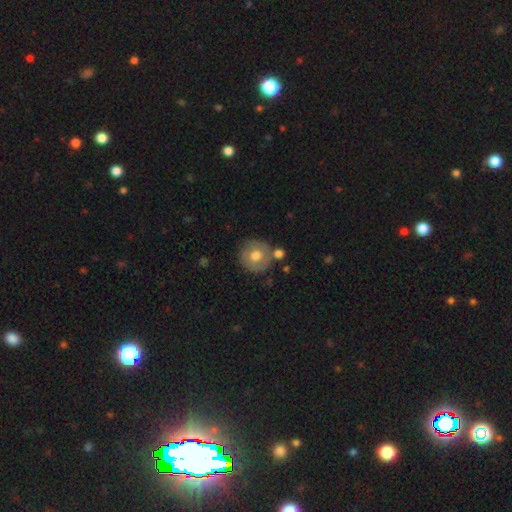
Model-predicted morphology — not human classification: smooth 59%, featured or disk 34%, star or artifact 7%. Down the decision tree: how rounded — round (92%); merging — none (75%).